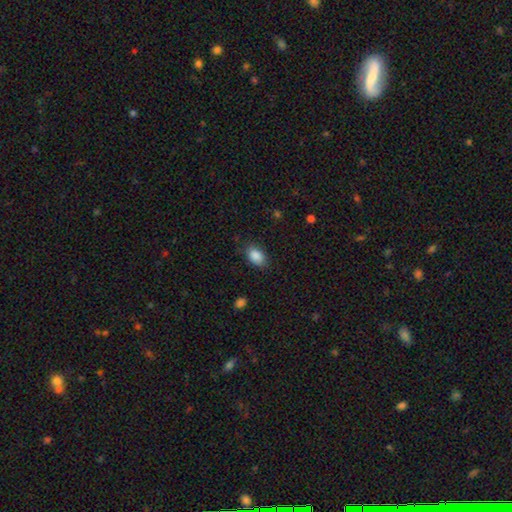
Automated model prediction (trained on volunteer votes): smooth 88%, star or artifact 8%, featured or disk 4%. Down the decision tree: how rounded — in between (87%); merging — none (81%).